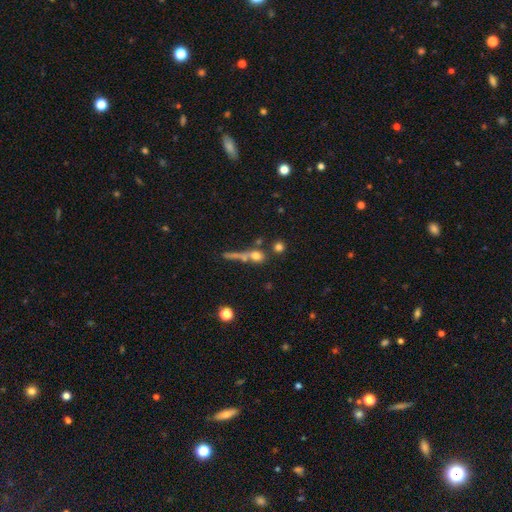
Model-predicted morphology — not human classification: Smooth or featured? Predicted: smooth (p=0.66). How rounded? Predicted: round (p=0.64). Merging? Predicted: none (p=0.51).